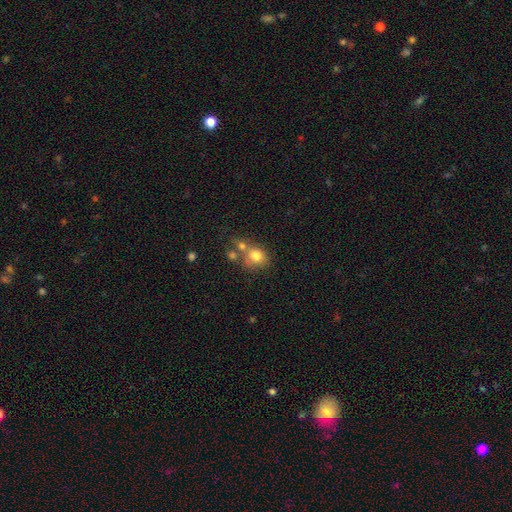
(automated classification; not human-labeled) smooth-or-featured: smooth: 77% | featured or disk: 12% | star or artifact: 11%
  how-rounded: round: 70% | in between: 29% | cigar-shaped: 1%
  merging: none: 45% | merger: 35% | minor disturbance: 14% | major disturbance: 7%